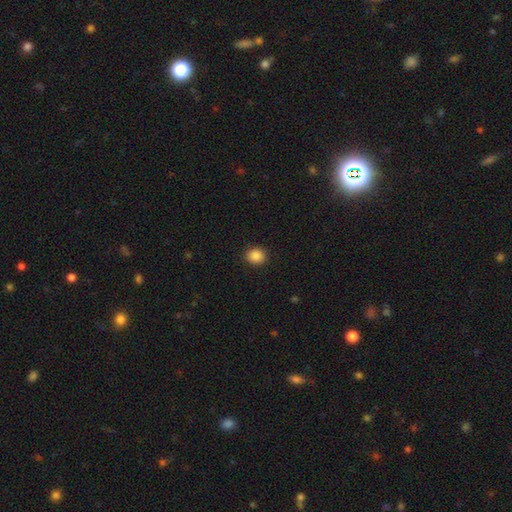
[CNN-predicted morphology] smooth_or_featured: smooth (p=0.87) [alt: star or artifact p=0.09]
how_rounded: round (p=0.74) [alt: in between p=0.25]
merging: none (p=0.91) [alt: minor disturbance p=0.06]